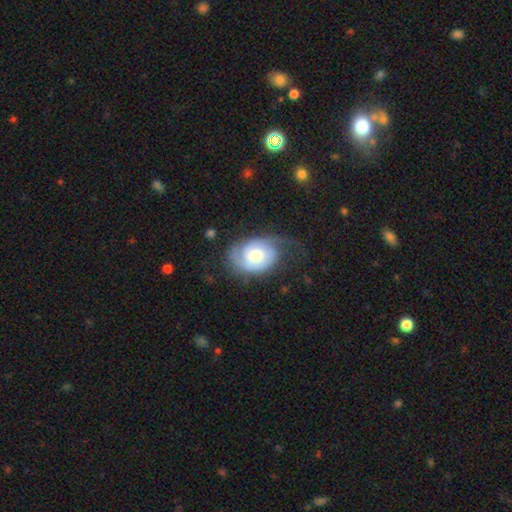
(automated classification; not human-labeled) Q: Smooth or featured?
A: featured or disk (67%); runner-up: smooth (27%)
Q: Edge-on disk?
A: no (96%); runner-up: yes (4%)
Q: Bar?
A: no (72%); runner-up: weak (24%)
Q: Spiral arms?
A: yes (88%); runner-up: no (12%)
Q: Spiral winding?
A: tight (45%); runner-up: medium (34%)
Q: Spiral arm count?
A: 2 (49%); runner-up: 1 (23%)
Q: Bulge size?
A: moderate (67%); runner-up: small (16%)
Q: Merging?
A: none (45%); runner-up: minor disturbance (28%)